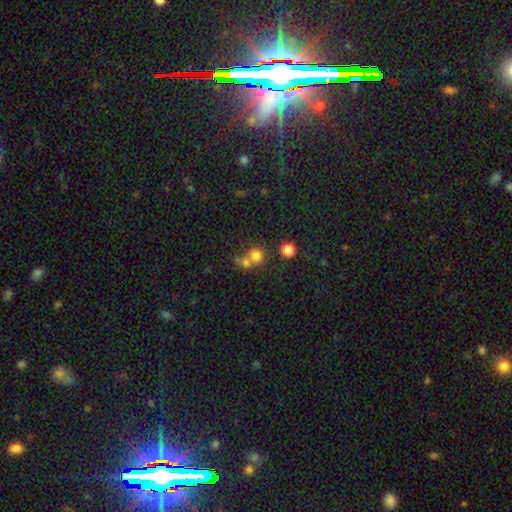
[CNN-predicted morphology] This appears to be a smooth galaxy with no disk features (75%) that is round (84%). Merging: none (46%).